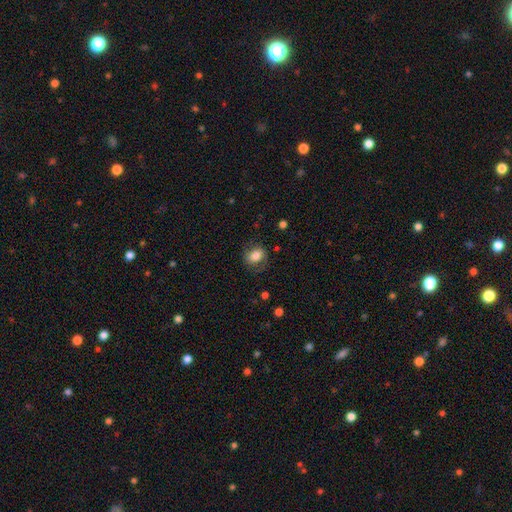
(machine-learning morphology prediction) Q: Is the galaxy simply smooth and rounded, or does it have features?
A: smooth — 67%.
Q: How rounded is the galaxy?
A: in between — 58%.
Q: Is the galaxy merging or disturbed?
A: none — 66%.